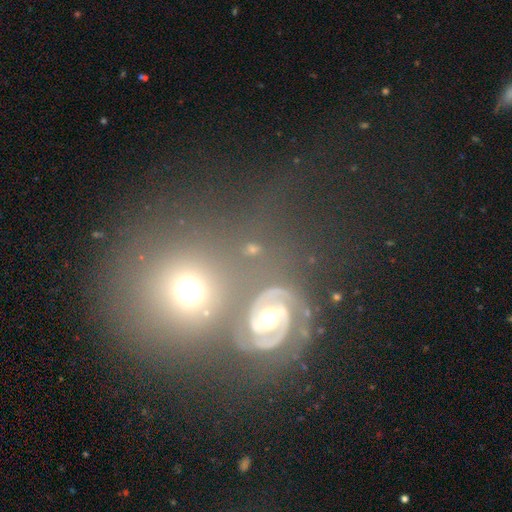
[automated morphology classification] This appears to be a featured or disk galaxy (43%). Merging: merger (43%).